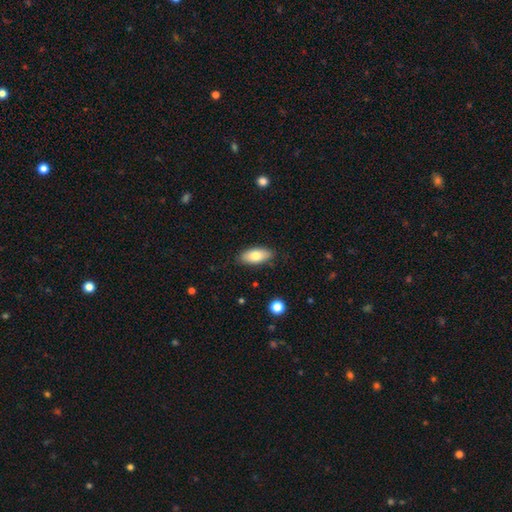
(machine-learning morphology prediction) Smooth or featured? Predicted: smooth (p=0.77). How rounded? Predicted: in between (p=0.88). Merging? Predicted: none (p=0.86).